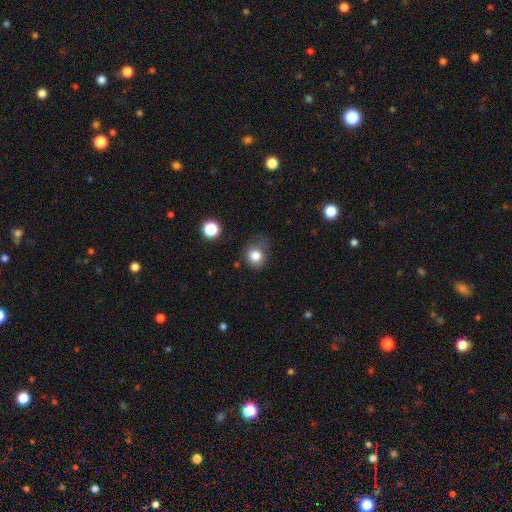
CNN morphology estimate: Smooth or featured? smooth (82%)
How rounded? round (76%)
Merging? none (61%)